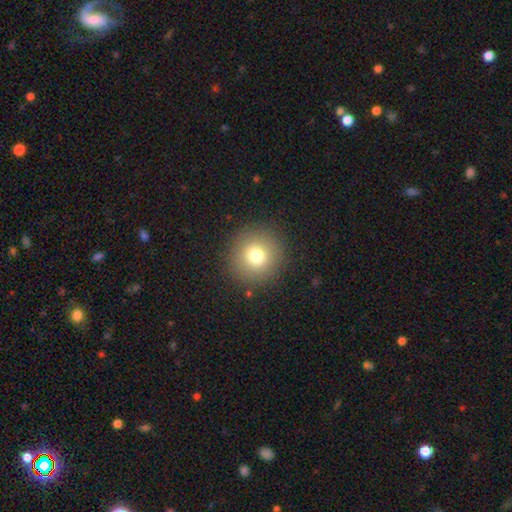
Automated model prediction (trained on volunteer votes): smooth 77%, star or artifact 13%, featured or disk 11%. Down the decision tree: how rounded — round (95%); merging — none (90%).